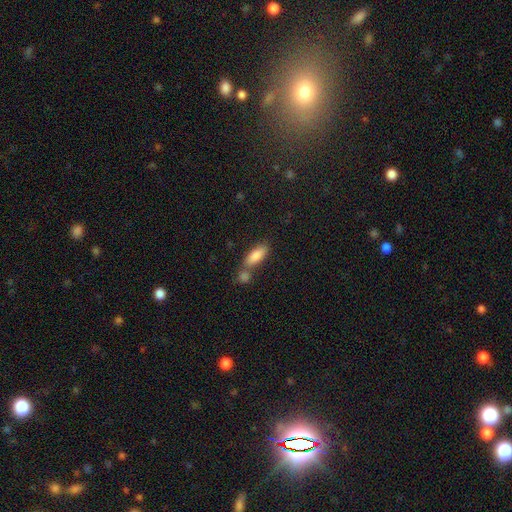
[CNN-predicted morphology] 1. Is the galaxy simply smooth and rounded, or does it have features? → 84% smooth, 9% featured or disk, 7% star or artifact.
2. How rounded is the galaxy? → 77% in between, 20% cigar-shaped, 3% round.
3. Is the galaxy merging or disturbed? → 49% none, 36% merger, 11% minor disturbance, 4% major disturbance.